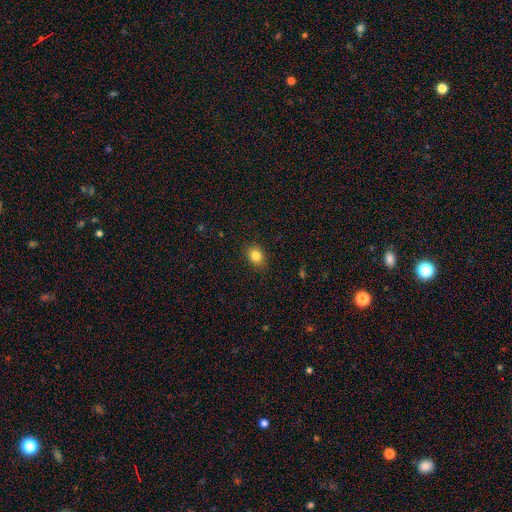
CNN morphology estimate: Smooth or featured?
  - smooth: 84% *
  - star or artifact: 10%
  - featured or disk: 6%
How rounded?
  - in between: 54% *
  - round: 45%
  - cigar-shaped: 1%
Merging?
  - none: 88% *
  - minor disturbance: 9%
  - major disturbance: 2%
  - merger: 1%